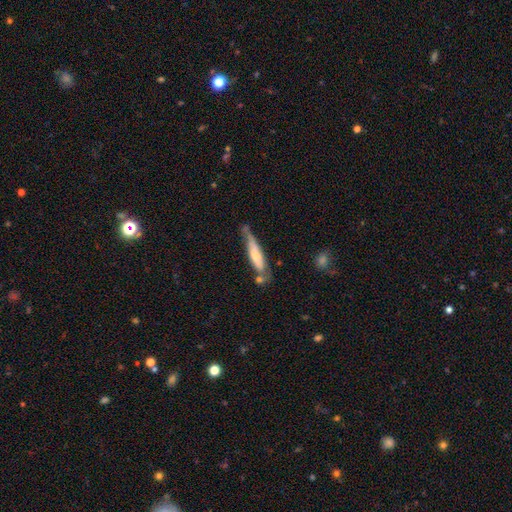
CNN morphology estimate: This is possibly a smooth galaxy (59%). How rounded: clearly cigar-shaped (83%). Merging: marginally none (44%).